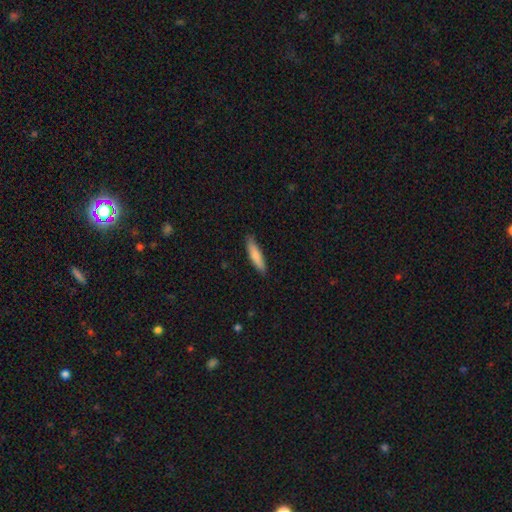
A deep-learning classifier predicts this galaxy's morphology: smooth-or-featured: smooth: 82% | featured or disk: 13% | star or artifact: 5%
  how-rounded: cigar-shaped: 80% | in between: 18% | round: 1%
  merging: none: 85% | minor disturbance: 12% | major disturbance: 2% | merger: 1%